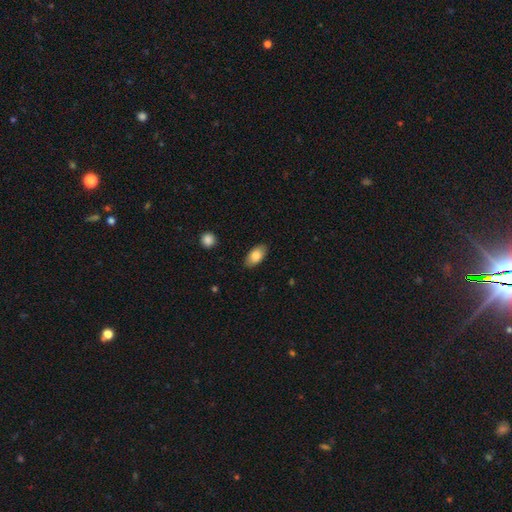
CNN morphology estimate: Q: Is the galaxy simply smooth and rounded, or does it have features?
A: smooth — 82%.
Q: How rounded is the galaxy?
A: in between — 94%.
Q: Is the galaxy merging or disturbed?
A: none — 87%.